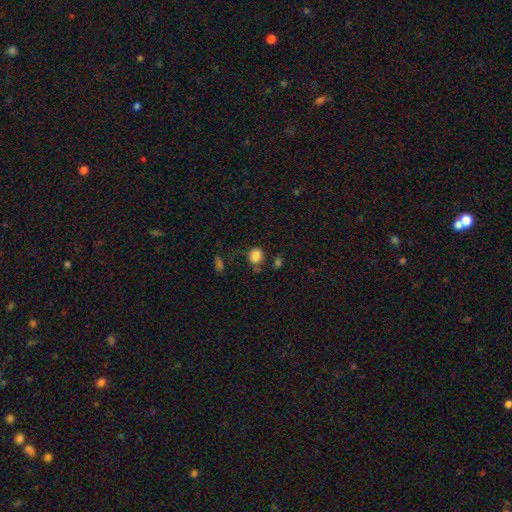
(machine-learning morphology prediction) Overall: smooth (81%). How rounded: in between (53%; round 46%). Merging: none (47%; minor disturbance 26%).